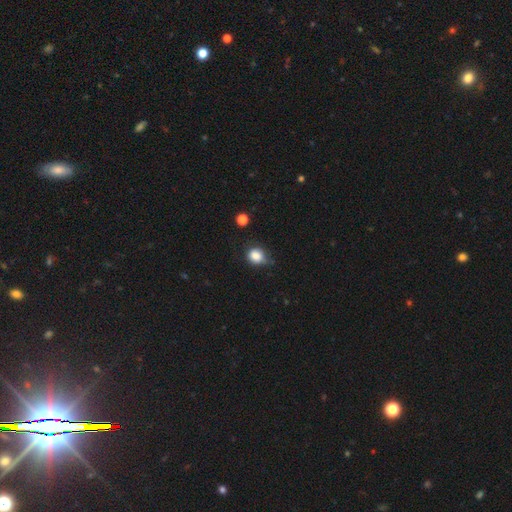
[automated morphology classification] Smooth or featured?
  - smooth: 83% *
  - star or artifact: 10%
  - featured or disk: 6%
How rounded?
  - round: 71% *
  - in between: 28%
  - cigar-shaped: 1%
Merging?
  - none: 52% *
  - minor disturbance: 36%
  - major disturbance: 9%
  - merger: 3%